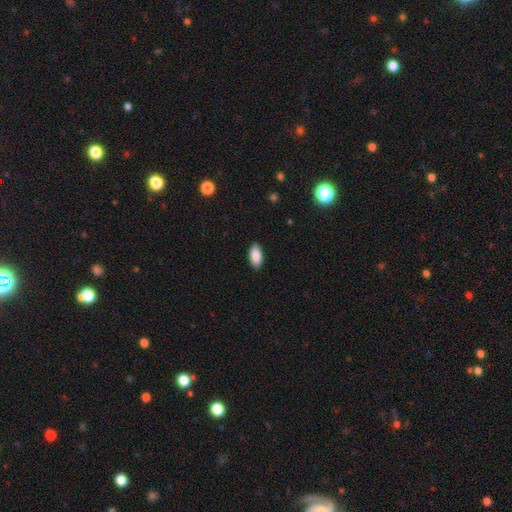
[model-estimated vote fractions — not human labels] This appears to be a smooth galaxy with no disk features (89%) that is in between round and cigar-shaped (91%). Merging: none (89%).